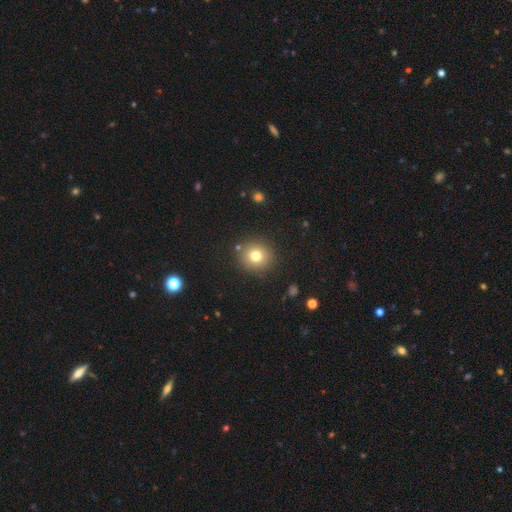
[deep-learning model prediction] Q: Smooth or featured?
A: smooth (76%); runner-up: star or artifact (14%)
Q: How rounded?
A: round (90%); runner-up: in between (9%)
Q: Merging?
A: none (88%); runner-up: minor disturbance (7%)